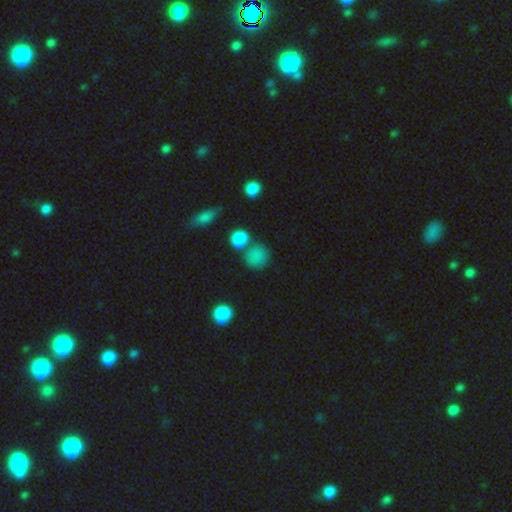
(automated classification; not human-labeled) Smooth or featured? smooth (81%)
How rounded? round (81%)
Merging? none (62%)